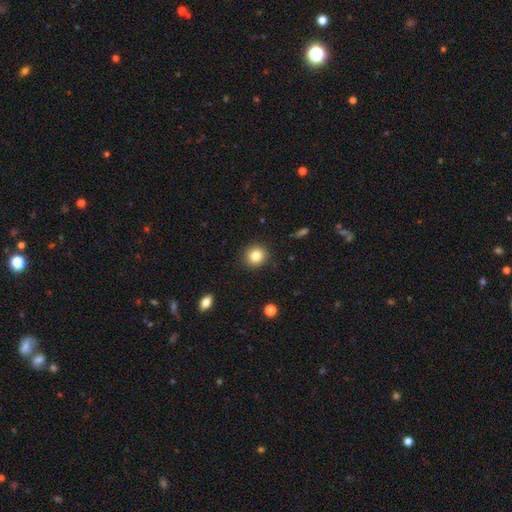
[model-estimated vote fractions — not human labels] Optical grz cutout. It shows a smooth galaxy with no disk features (83%) that is round (90%). Merging: none (91%).